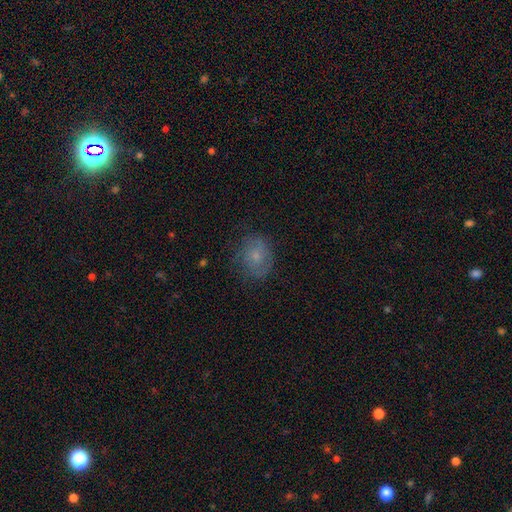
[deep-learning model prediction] This is possibly a smooth galaxy (57%). How rounded: likely round (62%). Merging: likely none (71%).